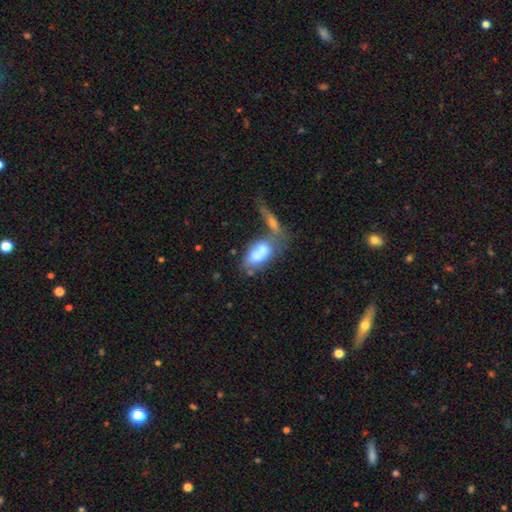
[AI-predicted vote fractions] Overall: smooth (67%). How rounded: in between (86%). Merging: merger (53%; none 21%).